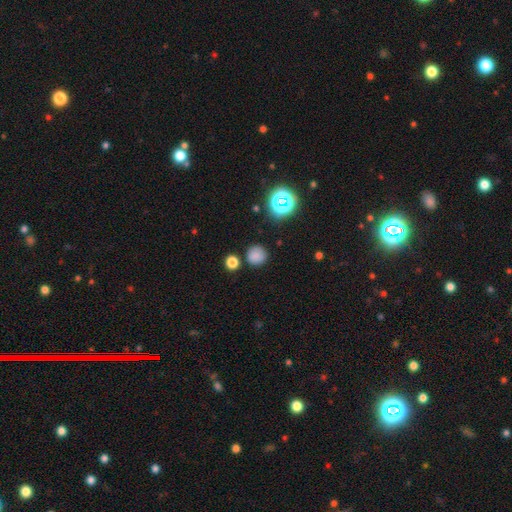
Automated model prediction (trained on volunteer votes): Smooth or featured?
  - smooth: 78% *
  - star or artifact: 16%
  - featured or disk: 6%
How rounded?
  - round: 92% *
  - in between: 7%
  - cigar-shaped: 1%
Merging?
  - none: 82% *
  - minor disturbance: 10%
  - merger: 4%
  - major disturbance: 3%